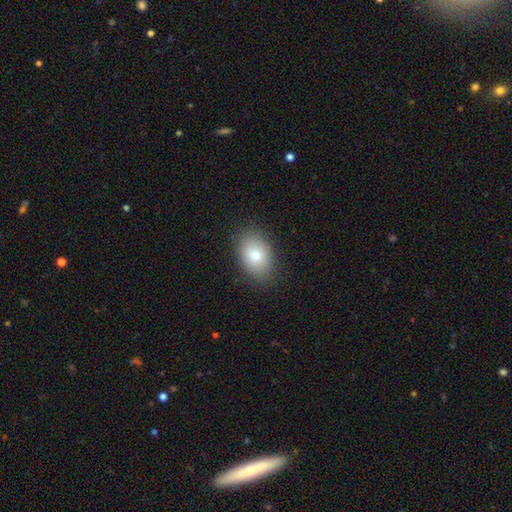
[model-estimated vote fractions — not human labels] This is likely a smooth galaxy (77%). How rounded: likely in between (80%). Merging: clearly none (87%).